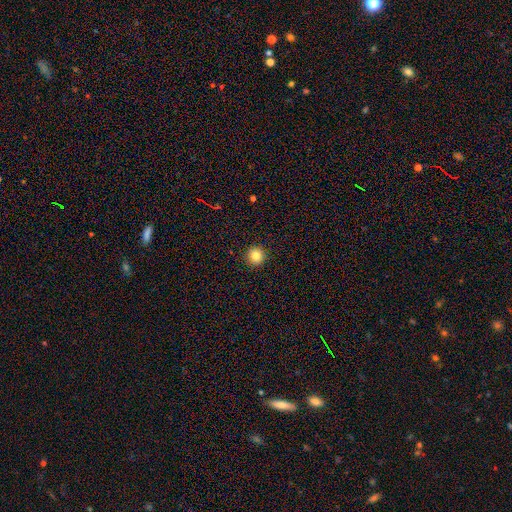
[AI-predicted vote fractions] Q: Smooth or featured?
A: smooth (84%); runner-up: star or artifact (11%)
Q: How rounded?
A: round (95%); runner-up: in between (4%)
Q: Merging?
A: none (92%); runner-up: minor disturbance (5%)